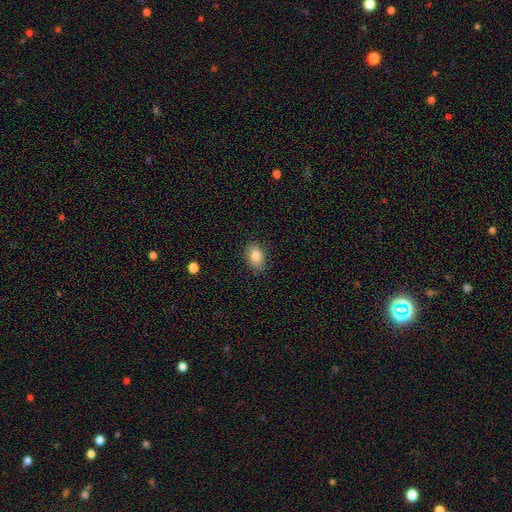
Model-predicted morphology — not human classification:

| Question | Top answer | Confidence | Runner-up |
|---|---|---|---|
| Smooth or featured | smooth | 85% | star or artifact (8%) |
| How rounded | in between | 81% | round (18%) |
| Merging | none | 83% | minor disturbance (13%) |